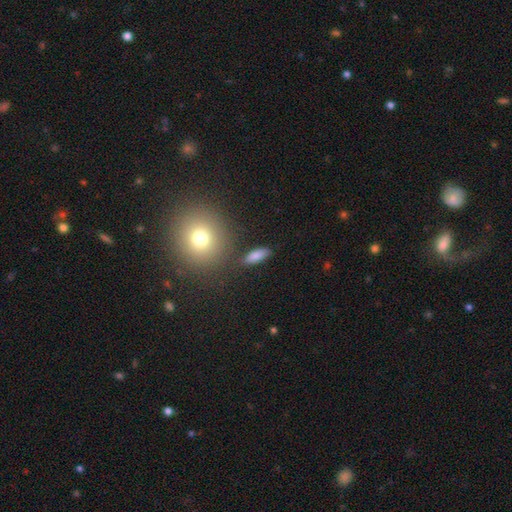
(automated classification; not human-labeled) Smooth or featured? smooth (82%)
How rounded? in between (64%)
Merging? none (80%)